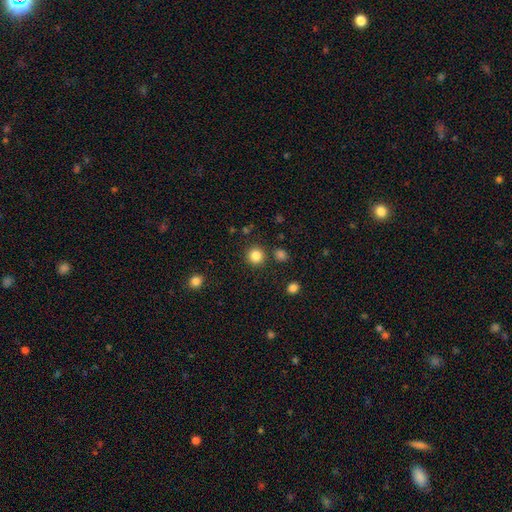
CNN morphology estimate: smooth-or-featured: smooth: 84% | star or artifact: 11% | featured or disk: 4%
  how-rounded: round: 94% | in between: 5% | cigar-shaped: 1%
  merging: none: 88% | minor disturbance: 6% | merger: 4% | major disturbance: 2%